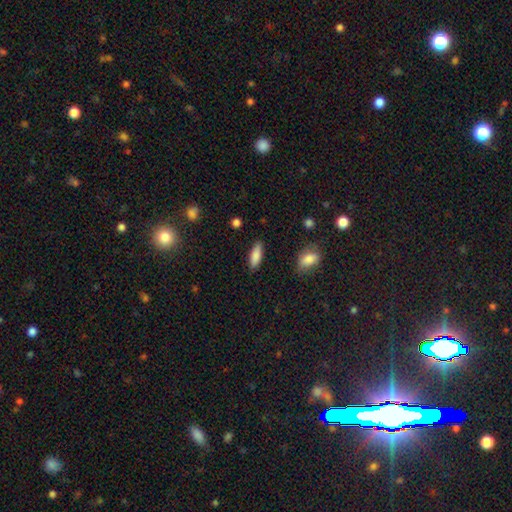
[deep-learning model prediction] smooth-or-featured: smooth: 84% | featured or disk: 10% | star or artifact: 6%
  how-rounded: in between: 63% | cigar-shaped: 35% | round: 2%
  merging: none: 85% | minor disturbance: 11% | major disturbance: 2% | merger: 2%